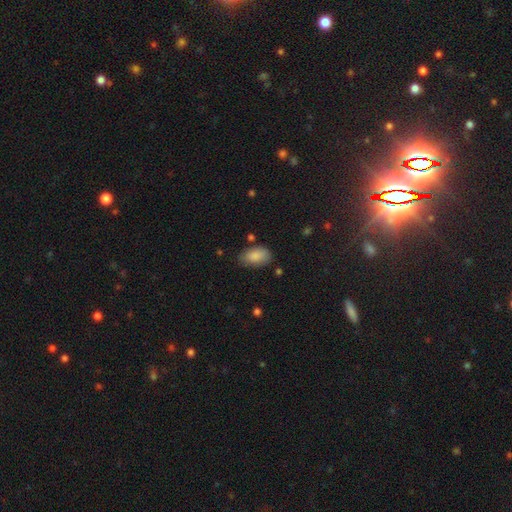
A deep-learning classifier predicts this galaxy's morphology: This appears to be a smooth galaxy with no disk features (87%) that is in between round and cigar-shaped (94%). Merging: none (75%).